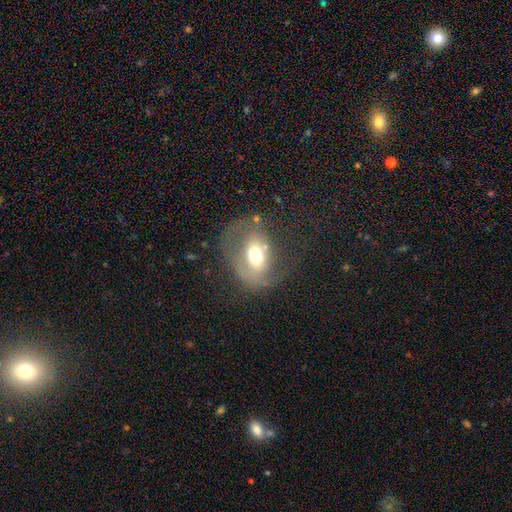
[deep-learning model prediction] featured or disk 51%, smooth 40%, star or artifact 9%. Down the decision tree: edge-on disk — no (94%); merging — none (43%).